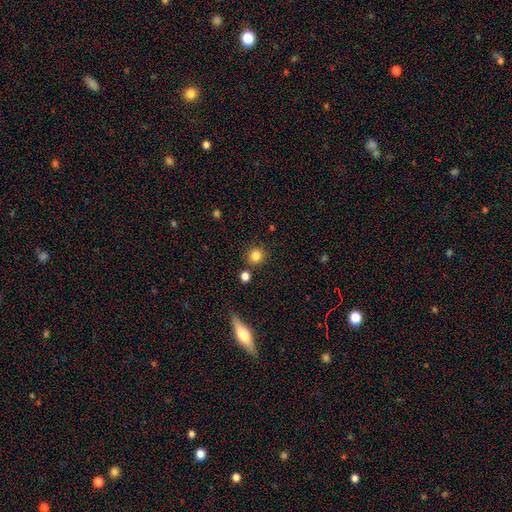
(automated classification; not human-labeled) Morphology: type=smooth (84%); roundness=round (88%); merging=none (82%).